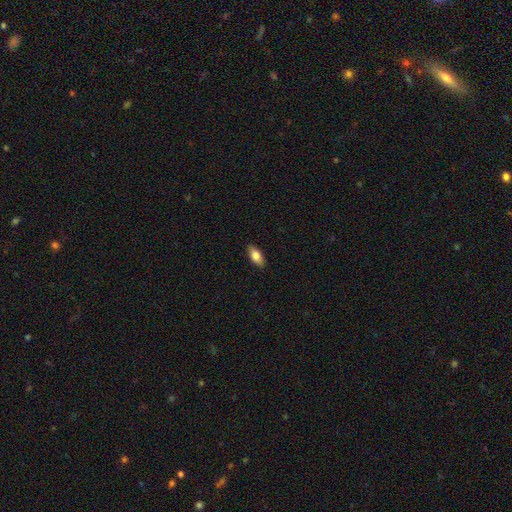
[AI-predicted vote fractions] This is likely a smooth galaxy (80%). How rounded: clearly in between (87%). Merging: clearly none (89%).